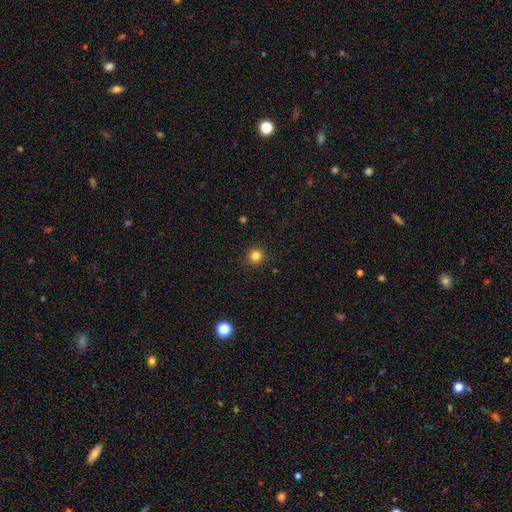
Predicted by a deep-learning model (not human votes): Smooth or featured?
  - smooth: 82% *
  - star or artifact: 13%
  - featured or disk: 5%
How rounded?
  - round: 95% *
  - in between: 4%
  - cigar-shaped: 1%
Merging?
  - none: 93% *
  - minor disturbance: 5%
  - major disturbance: 2%
  - merger: 1%